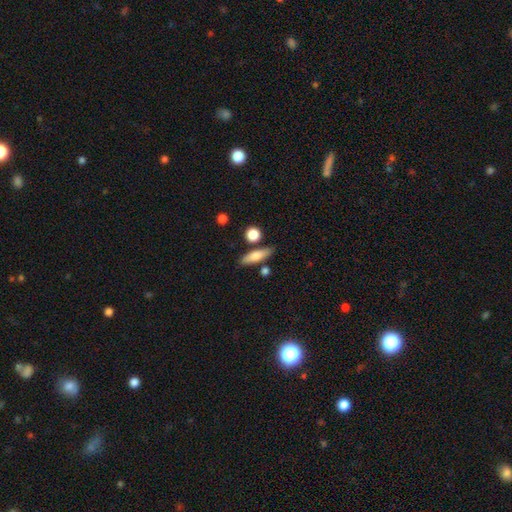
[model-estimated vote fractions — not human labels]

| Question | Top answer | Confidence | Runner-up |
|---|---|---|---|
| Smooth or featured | smooth | 71% | featured or disk (22%) |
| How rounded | cigar-shaped | 59% | in between (36%) |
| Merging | none | 78% | minor disturbance (11%) |